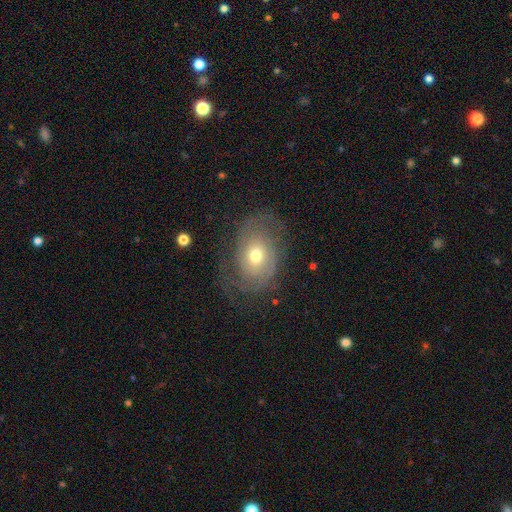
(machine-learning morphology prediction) smooth_or_featured: featured or disk (p=0.68) [alt: smooth p=0.24]
disk_edge_on: no (p=0.95) [alt: yes p=0.05]
bar: no (p=0.75) [alt: weak p=0.21]
has_spiral_arms: yes (p=0.84) [alt: no p=0.16]
spiral_winding: tight (p=0.47) [alt: medium p=0.35]
spiral_arm_count: 2 (p=0.56) [alt: can't tell p=0.25]
bulge_size: moderate (p=0.61) [alt: small p=0.32]
merging: none (p=0.64) [alt: minor disturbance p=0.20]